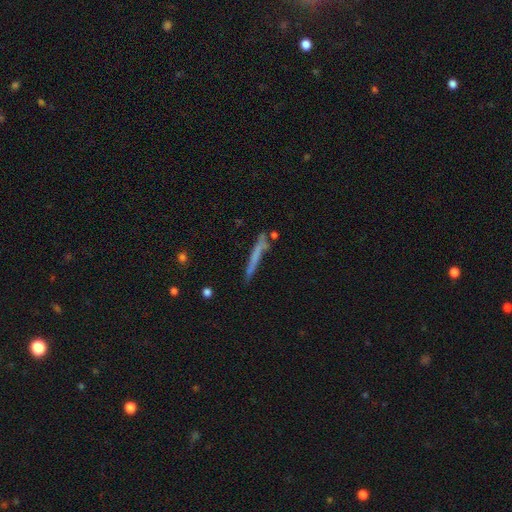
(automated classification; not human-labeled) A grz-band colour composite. It shows a smooth galaxy with no disk features (56%) that is cigar-shaped (96%). Merging: none (73%).